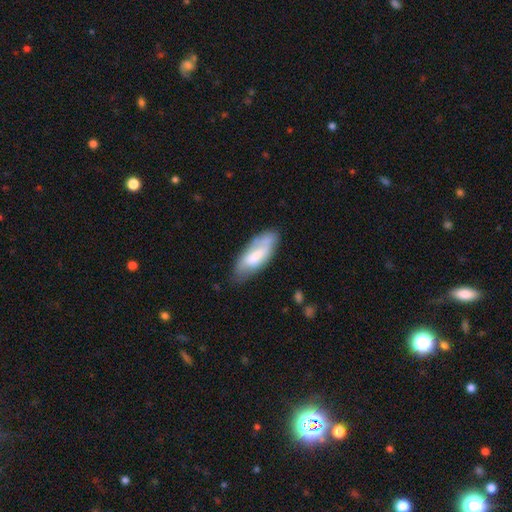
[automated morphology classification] Q: Smooth or featured?
A: smooth (65%); runner-up: featured or disk (28%)
Q: How rounded?
A: in between (72%); runner-up: cigar-shaped (26%)
Q: Merging?
A: none (60%); runner-up: minor disturbance (28%)